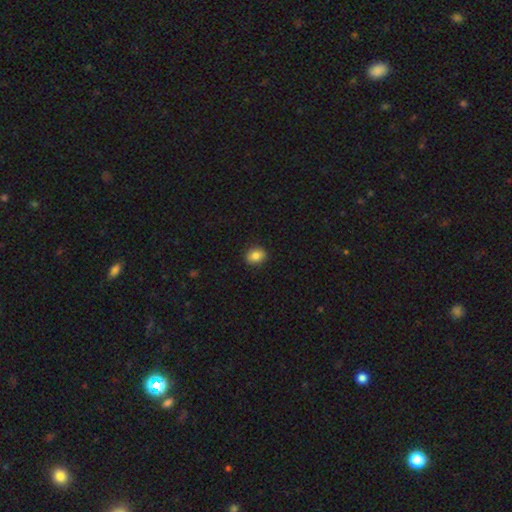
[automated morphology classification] A smooth galaxy with no disk features (85%) that is in between round and cigar-shaped (54%).

Vote fractions:
- Smooth or featured? smooth: 85% / star or artifact: 9% / featured or disk: 6%
- How rounded? in between: 54% / round: 44% / cigar-shaped: 1%
- Merging? none: 90% / minor disturbance: 8% / major disturbance: 2% / merger: 1%